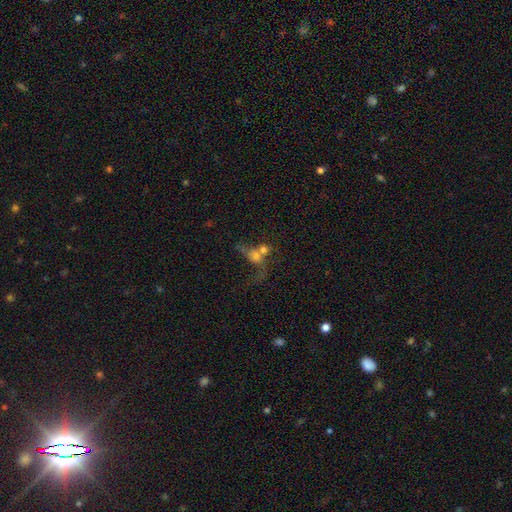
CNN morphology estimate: A smooth galaxy with no disk features (50%). Merging: merger (60%).